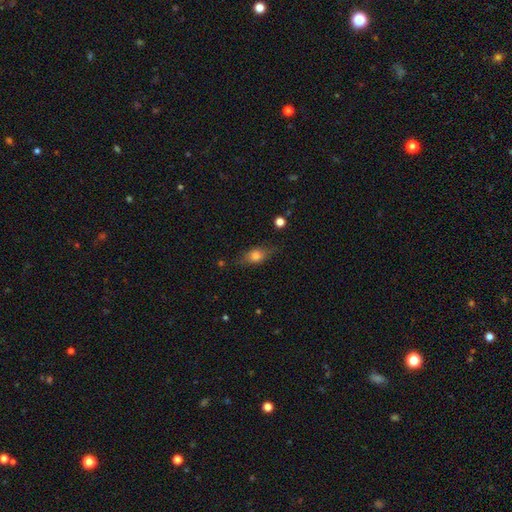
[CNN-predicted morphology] Smooth or featured? smooth (63%)
How rounded? in between (70%)
Merging? none (72%)